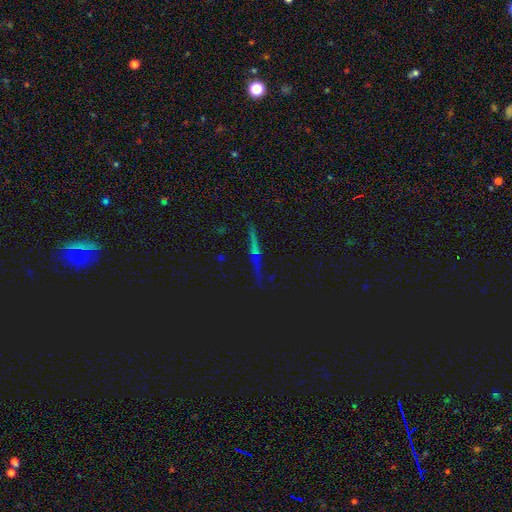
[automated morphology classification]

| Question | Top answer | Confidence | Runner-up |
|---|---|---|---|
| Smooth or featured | star or artifact | 51% | featured or disk (28%) |